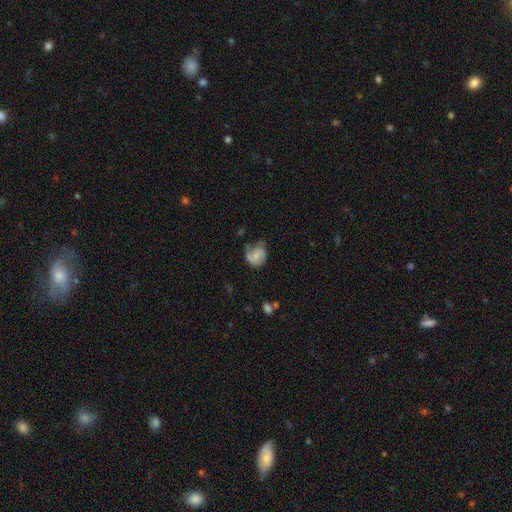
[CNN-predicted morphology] Smooth or featured? featured or disk (47%)
Merging? none (47%)